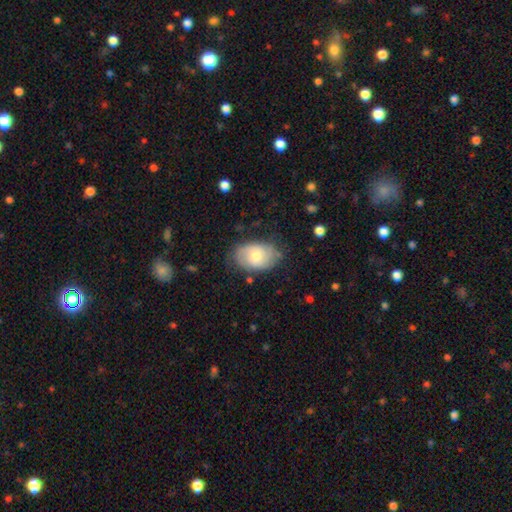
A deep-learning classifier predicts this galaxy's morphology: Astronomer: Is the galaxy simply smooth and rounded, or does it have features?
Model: smooth — 56% (runner-up: featured or disk, 37%).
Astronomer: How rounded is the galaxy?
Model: in between — 86%.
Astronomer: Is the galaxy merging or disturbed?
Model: none — 70%.